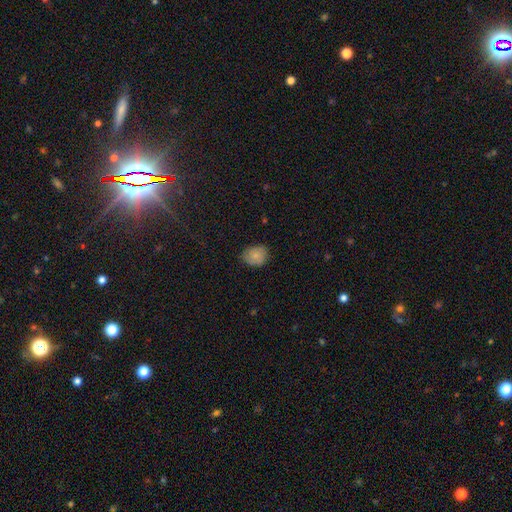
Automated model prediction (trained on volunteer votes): smooth 79%, featured or disk 13%, star or artifact 8%. Down the decision tree: how rounded — round (56%); merging — none (73%).